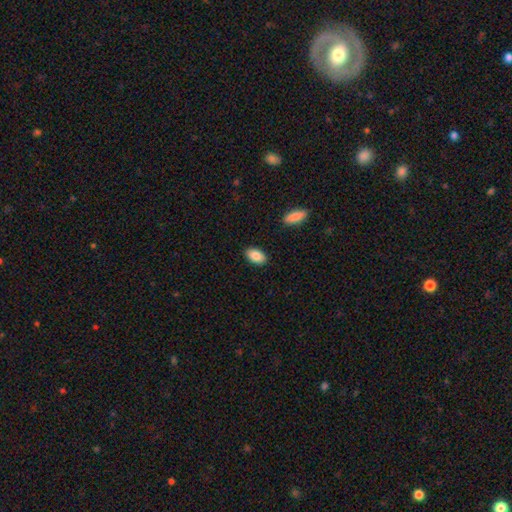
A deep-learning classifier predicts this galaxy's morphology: This appears to be a smooth galaxy with no disk features (87%) that is in between round and cigar-shaped (93%). Merging: none (88%).